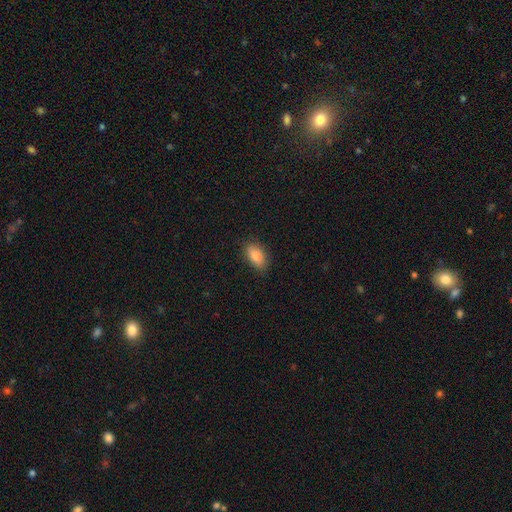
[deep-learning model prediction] Morphology: type=smooth (87%); roundness=in between (90%); merging=none (83%).